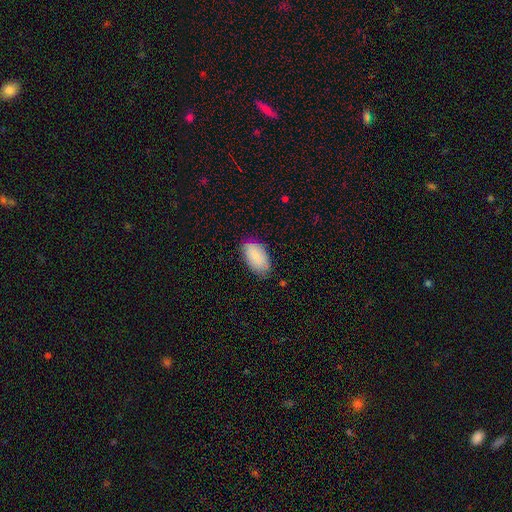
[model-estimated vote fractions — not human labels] This is clearly a smooth galaxy (86%). How rounded: clearly in between (95%). Merging: likely none (74%).